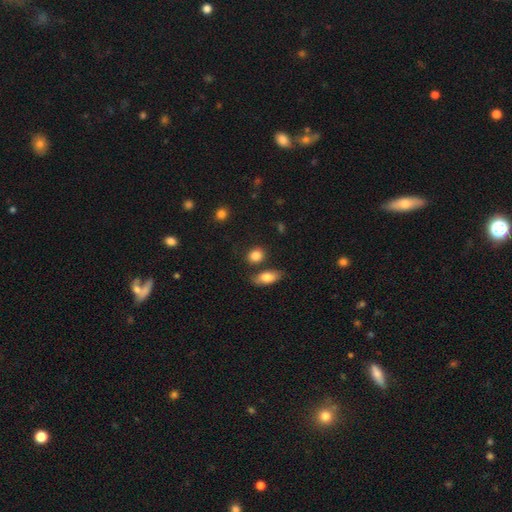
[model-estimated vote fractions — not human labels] Smooth or featured?
  - smooth: 86% *
  - star or artifact: 9%
  - featured or disk: 6%
How rounded?
  - round: 56% *
  - in between: 41%
  - cigar-shaped: 2%
Merging?
  - none: 75% *
  - minor disturbance: 12%
  - merger: 10%
  - major disturbance: 3%